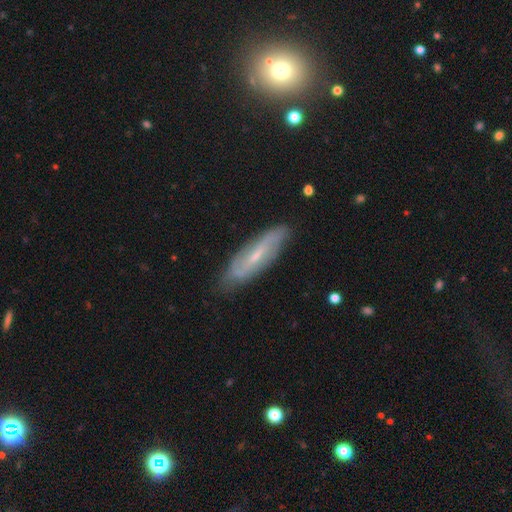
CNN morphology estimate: smooth_or_featured: featured or disk (p=0.64) [alt: smooth p=0.29]
disk_edge_on: no (p=0.70) [alt: yes p=0.30]
merging: none (p=0.79) [alt: minor disturbance p=0.16]